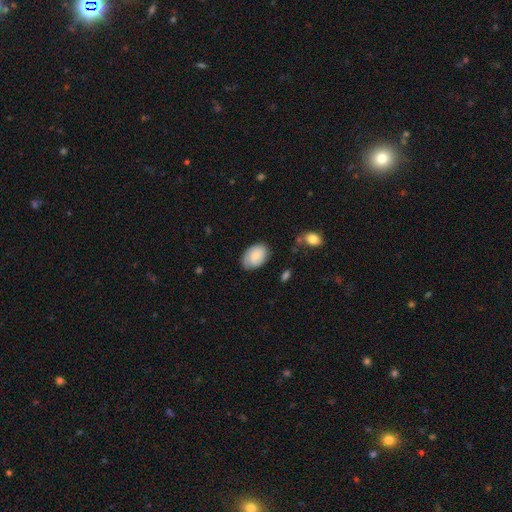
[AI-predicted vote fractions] A smooth galaxy with no disk features (71%) that is in between round and cigar-shaped (86%). Merging: none (72%).